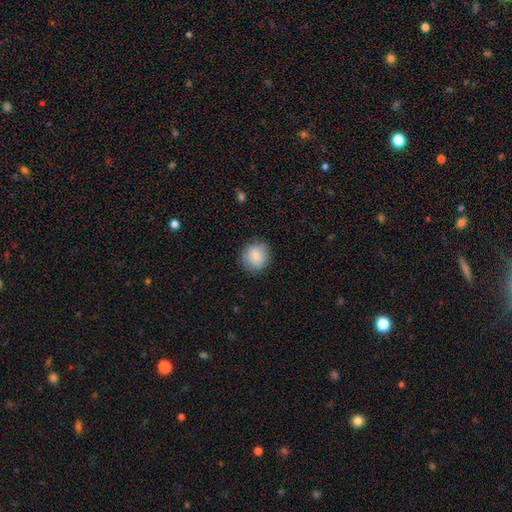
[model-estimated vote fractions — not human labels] A smooth galaxy with no disk features (87%) that is round (86%). Merging: none (87%).